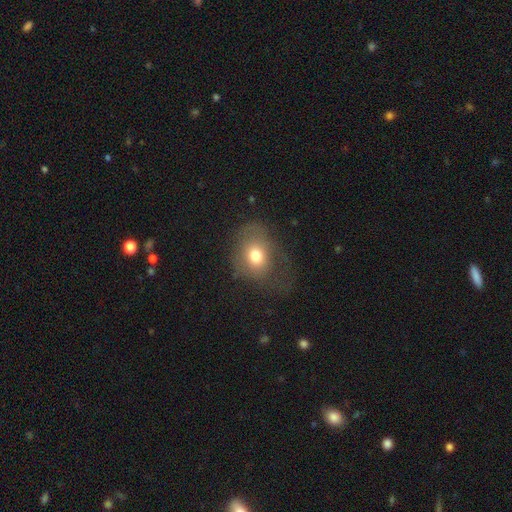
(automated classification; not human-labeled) Q: Smooth or featured?
A: smooth (64%); runner-up: featured or disk (22%)
Q: How rounded?
A: in between (52%); runner-up: round (47%)
Q: Merging?
A: none (49%); runner-up: minor disturbance (28%)